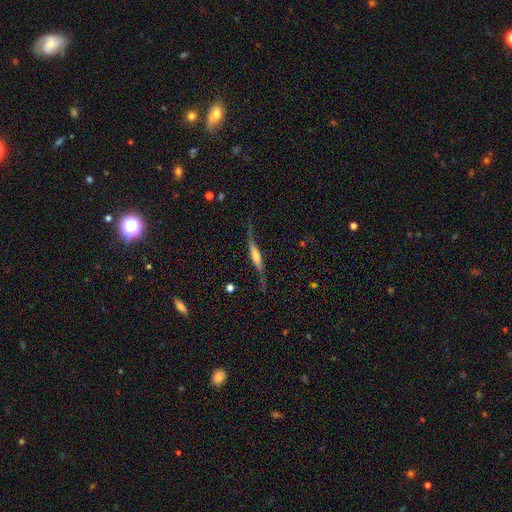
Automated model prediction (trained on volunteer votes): The model was most divided on "edge-on bulge": rounded: 58%, boxy: 22%, none: 19%. More confident: edge-on disk — yes (74%); smooth or featured — featured or disk (69%); merging — none (61%).